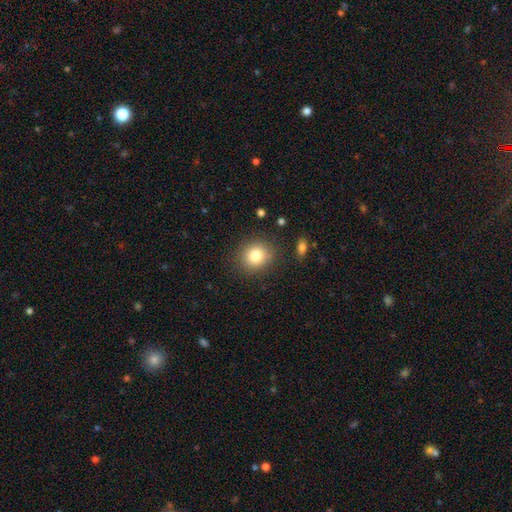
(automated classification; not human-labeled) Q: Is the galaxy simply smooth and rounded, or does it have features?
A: smooth — 81%.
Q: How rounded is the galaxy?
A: round — 79%.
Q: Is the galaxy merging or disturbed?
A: none — 86%.